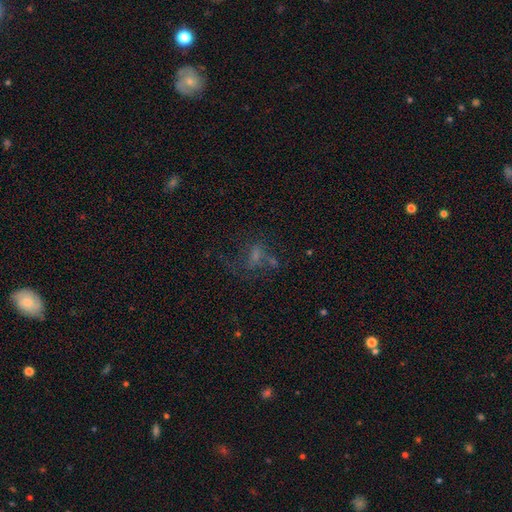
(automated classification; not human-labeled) The model was most divided on "smooth or featured": smooth: 39%, featured or disk: 32%, star or artifact: 29%. Remaining: merging — none (40%).